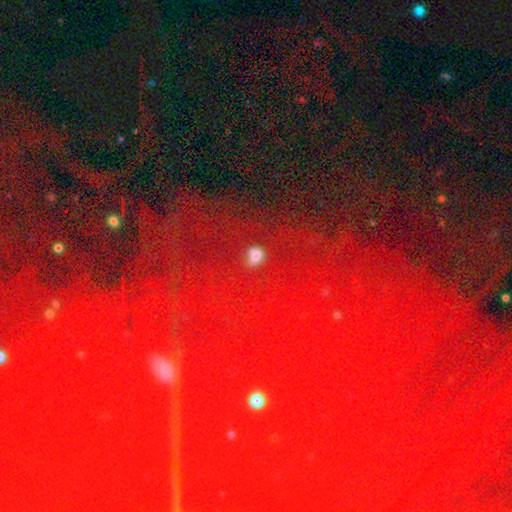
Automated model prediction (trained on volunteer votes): Smooth or featured? smooth (54%)
How rounded? in between (57%)
Merging? none (59%)